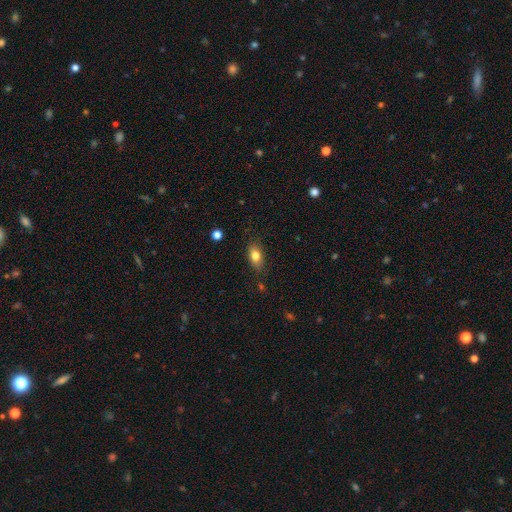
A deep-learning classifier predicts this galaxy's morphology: Smooth or featured? Predicted: smooth (p=0.79). How rounded? Predicted: in between (p=0.83). Merging? Predicted: none (p=0.80).